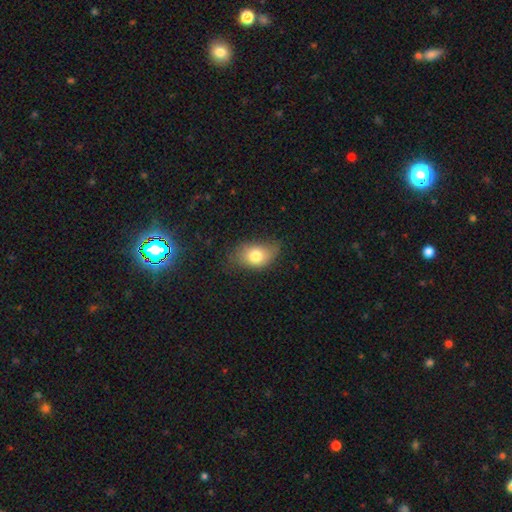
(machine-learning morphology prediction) This is likely a smooth galaxy (77%). How rounded: likely in between (80%). Merging: possibly none (52%).